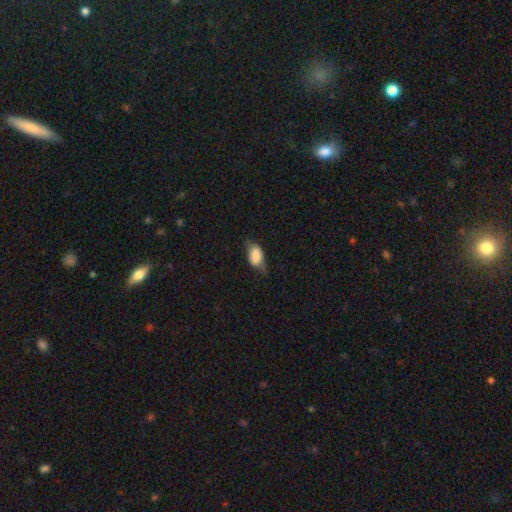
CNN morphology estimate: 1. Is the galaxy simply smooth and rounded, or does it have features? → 71% smooth, 21% featured or disk, 8% star or artifact.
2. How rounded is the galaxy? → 88% in between, 8% round, 3% cigar-shaped.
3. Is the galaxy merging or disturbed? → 49% none, 34% minor disturbance, 15% major disturbance, 2% merger.